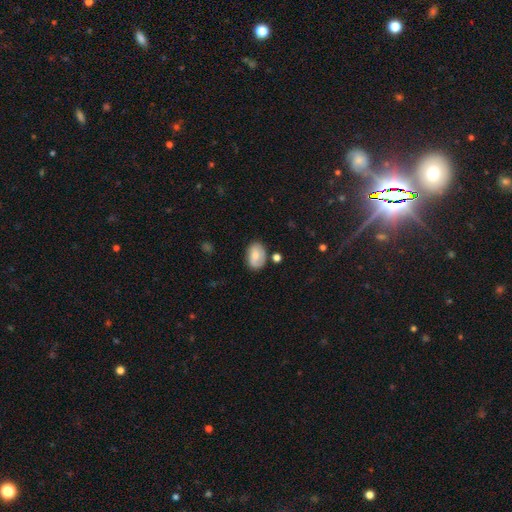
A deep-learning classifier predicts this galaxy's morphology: Smooth or featured? Predicted: smooth (p=0.67). How rounded? Predicted: in between (p=0.82). Merging? Predicted: none (p=0.74).